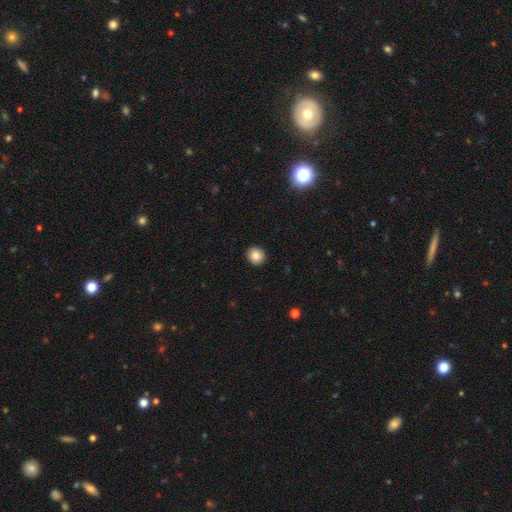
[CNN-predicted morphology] Smooth or featured: smooth — 85% (star or artifact — 9%)
How rounded: round — 89% (in between — 10%)
Merging: none — 92% (minor disturbance — 5%)